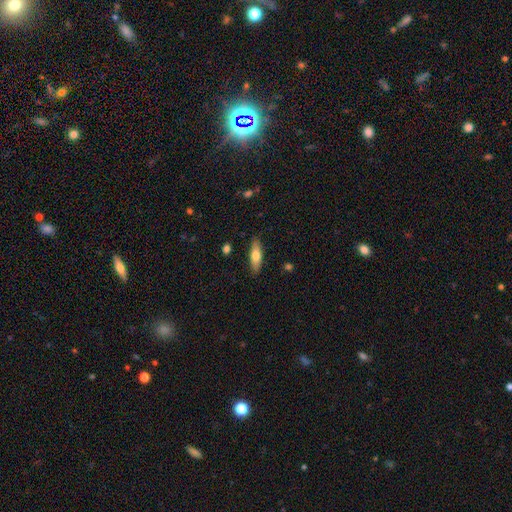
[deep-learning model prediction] This is likely a smooth galaxy (64%). How rounded: possibly cigar-shaped (51%). Merging: clearly none (87%).